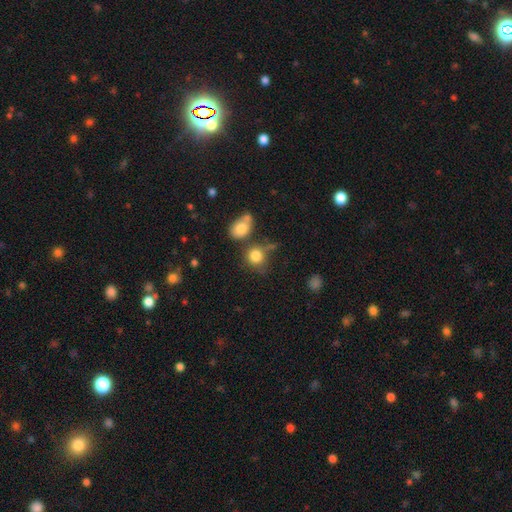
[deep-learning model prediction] The model was most divided on "merging": none: 55%, merger: 21%, minor disturbance: 17%, major disturbance: 8%. More confident: smooth or featured — smooth (82%); how rounded — round (79%).